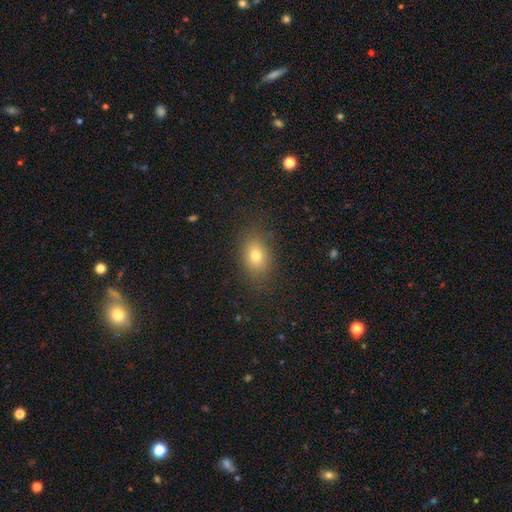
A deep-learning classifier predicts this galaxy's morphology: The model was most divided on "how rounded": in between: 74%, round: 24%, cigar-shaped: 2%. More confident: merging — none (83%); smooth or featured — smooth (76%).